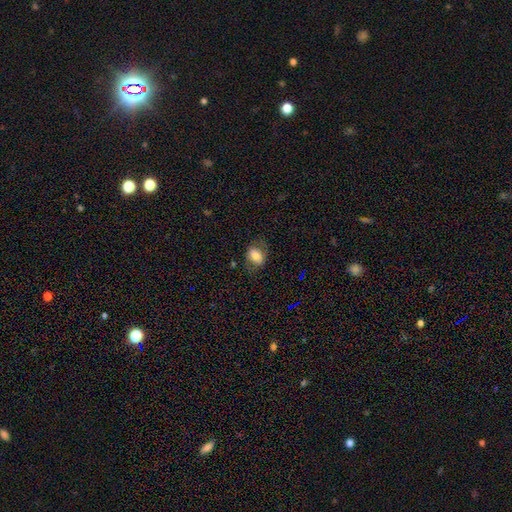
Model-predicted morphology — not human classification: smooth-or-featured: smooth: 69% | featured or disk: 22% | star or artifact: 9%
  how-rounded: in between: 67% | round: 32% | cigar-shaped: 1%
  merging: none: 68% | minor disturbance: 20% | major disturbance: 11% | merger: 1%